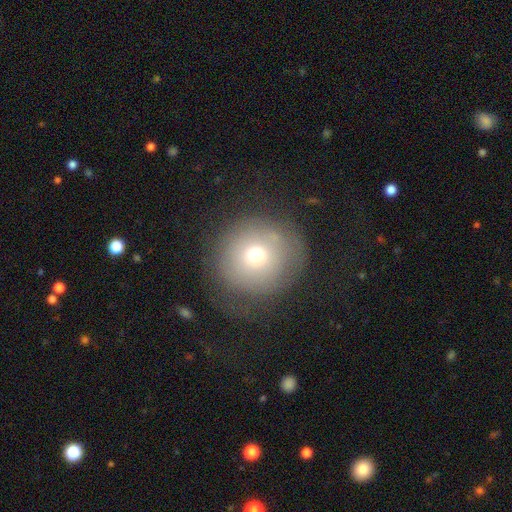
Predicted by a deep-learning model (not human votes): This appears to be a smooth galaxy with no disk features (67%) that is round (94%). Merging: none (68%).